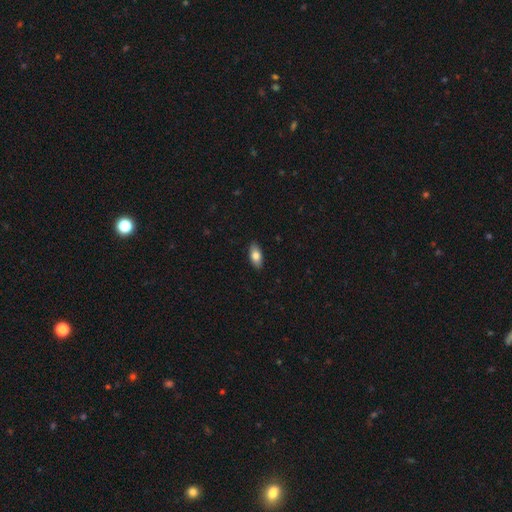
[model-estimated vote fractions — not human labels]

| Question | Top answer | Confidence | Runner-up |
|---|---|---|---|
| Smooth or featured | smooth | 79% | featured or disk (14%) |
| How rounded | in between | 89% | cigar-shaped (8%) |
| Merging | none | 90% | minor disturbance (8%) |